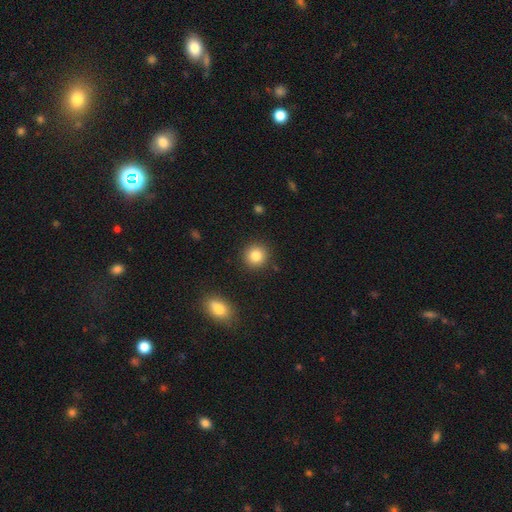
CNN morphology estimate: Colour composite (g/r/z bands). It shows a smooth galaxy with no disk features (84%) that is round (92%). Merging: none (90%).